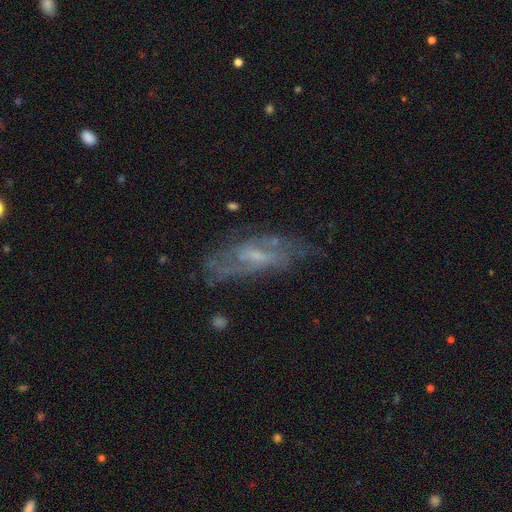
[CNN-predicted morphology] featured or disk 69%, smooth 21%, star or artifact 10%. Down the decision tree: edge-on disk — no (80%); bar — weak (49%); spiral arms — yes (71%); bulge size — small (52%); merging — none (63%).